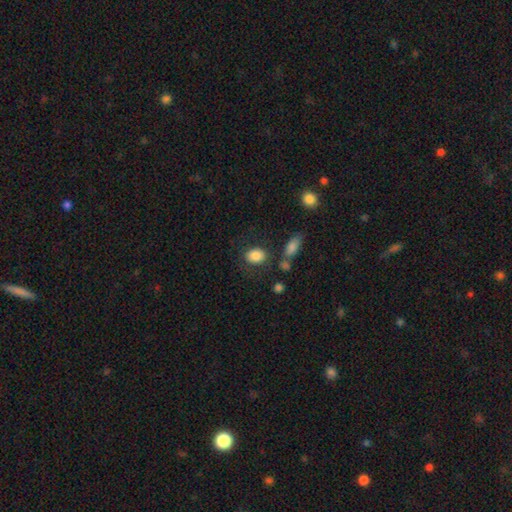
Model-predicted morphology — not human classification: A smooth galaxy with no disk features (85%) that is in between round and cigar-shaped (69%). Merging: none (70%).